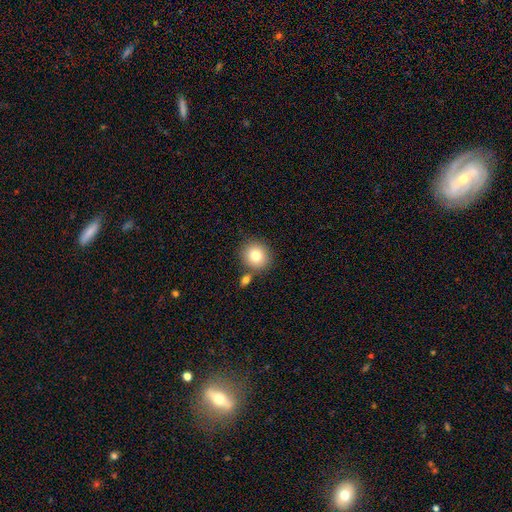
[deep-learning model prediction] This is likely a smooth galaxy (79%). How rounded: clearly round (88%). Merging: likely none (75%).